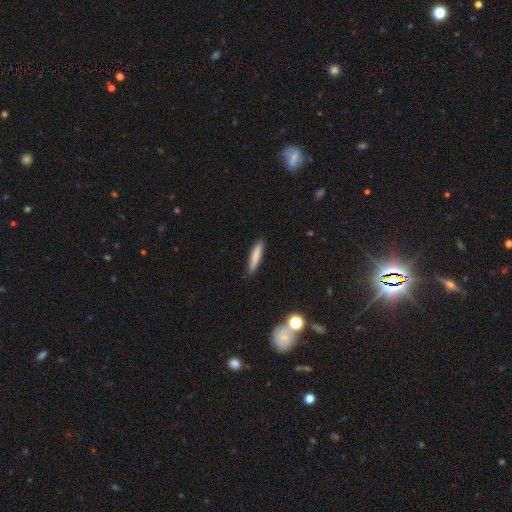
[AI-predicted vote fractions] The model was most divided on "smooth or featured": smooth: 81%, featured or disk: 12%, star or artifact: 7%. More confident: merging — none (88%); how rounded — cigar-shaped (88%).